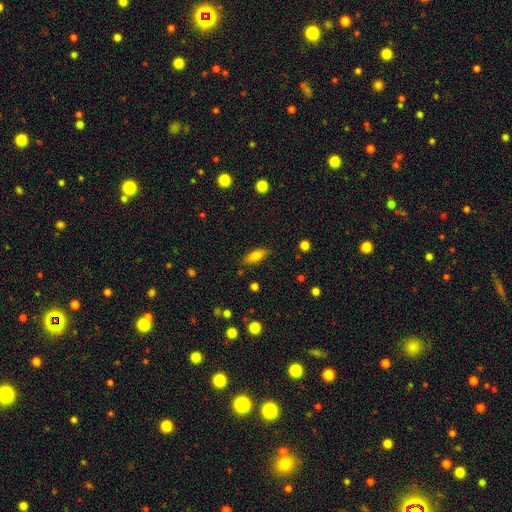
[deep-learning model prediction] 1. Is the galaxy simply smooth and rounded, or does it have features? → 76% smooth, 16% featured or disk, 8% star or artifact.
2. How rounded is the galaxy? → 68% in between, 29% cigar-shaped, 3% round.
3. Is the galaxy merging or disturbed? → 85% none, 10% minor disturbance, 2% major disturbance, 2% merger.